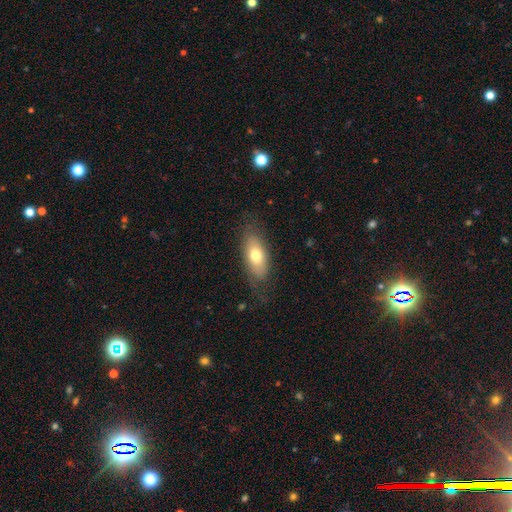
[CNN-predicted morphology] smooth_or_featured: smooth (p=0.67) [alt: featured or disk p=0.27]
how_rounded: in between (p=0.85) [alt: cigar-shaped p=0.11]
merging: none (p=0.72) [alt: minor disturbance p=0.19]